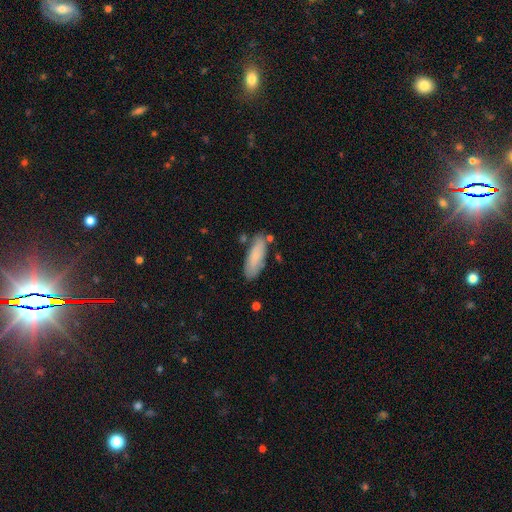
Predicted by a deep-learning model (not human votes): Smooth or featured? smooth (80%)
How rounded? in between (62%)
Merging? none (74%)